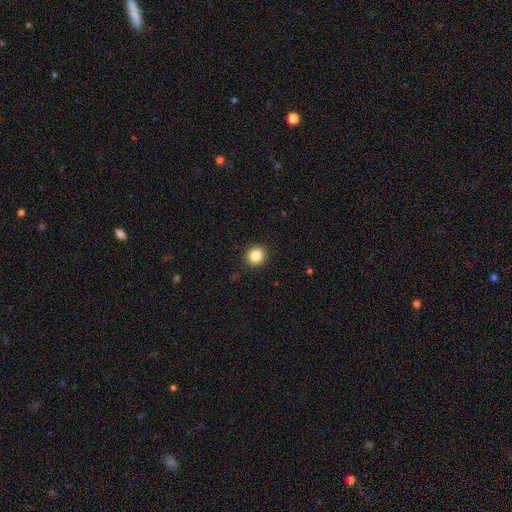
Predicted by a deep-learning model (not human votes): smooth_or_featured: smooth (p=0.85) [alt: star or artifact p=0.10]
how_rounded: round (p=0.88) [alt: in between p=0.11]
merging: none (p=0.91) [alt: minor disturbance p=0.06]